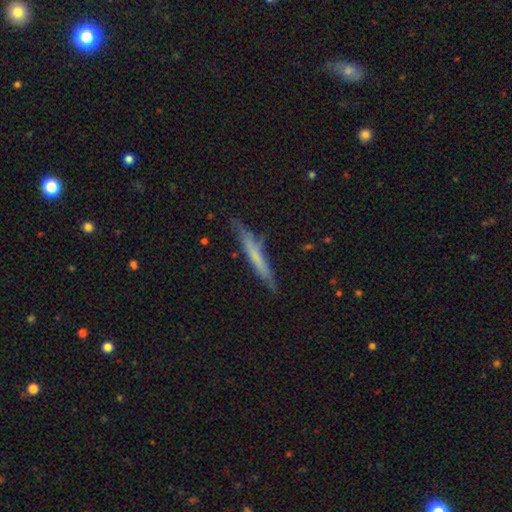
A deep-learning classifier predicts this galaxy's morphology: smooth-or-featured: smooth: 52% | featured or disk: 42% | star or artifact: 6%
  how-rounded: cigar-shaped: 96% | in between: 3% | round: 1%
  merging: none: 79% | minor disturbance: 16% | major disturbance: 3% | merger: 2%